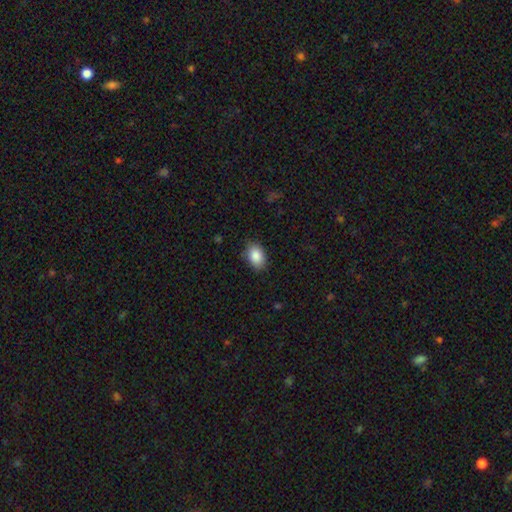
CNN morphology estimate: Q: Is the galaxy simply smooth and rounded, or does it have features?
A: smooth — 88%.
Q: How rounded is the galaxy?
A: in between — 87%.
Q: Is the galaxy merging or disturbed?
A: none — 84%.